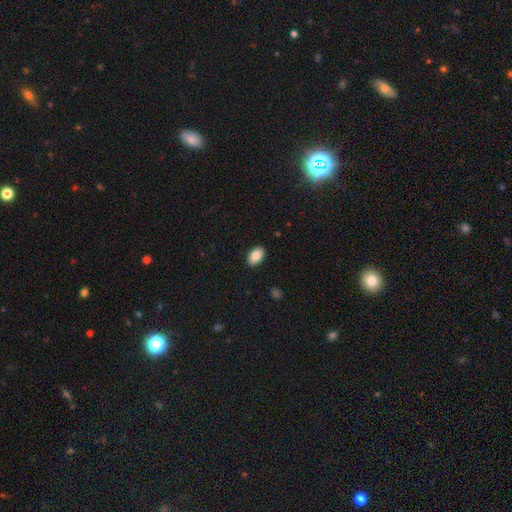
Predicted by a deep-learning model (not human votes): smooth-or-featured: smooth: 85% | featured or disk: 7% | star or artifact: 7%
  how-rounded: in between: 90% | round: 9% | cigar-shaped: 1%
  merging: none: 90% | minor disturbance: 7% | major disturbance: 2% | merger: 1%